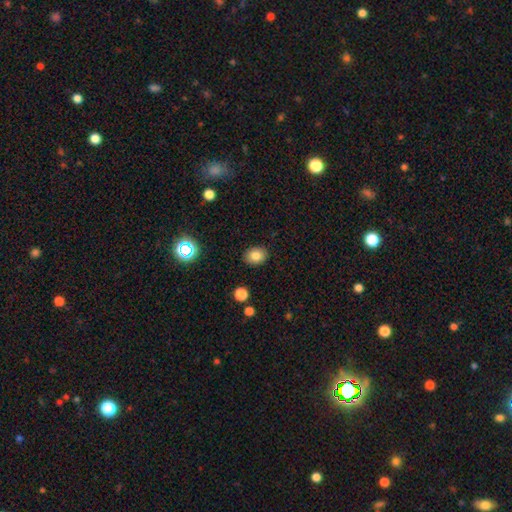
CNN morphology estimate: type=smooth (81%); roundness=in between (55%); merging=none (88%).